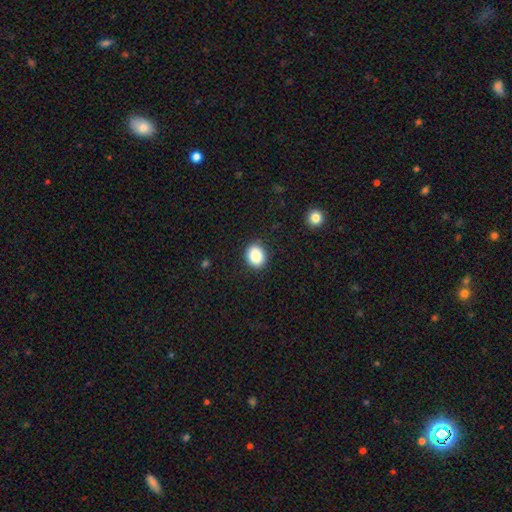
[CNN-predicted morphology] Smooth or featured? Predicted: smooth (p=0.88). How rounded? Predicted: in between (p=0.54). Merging? Predicted: none (p=0.89).